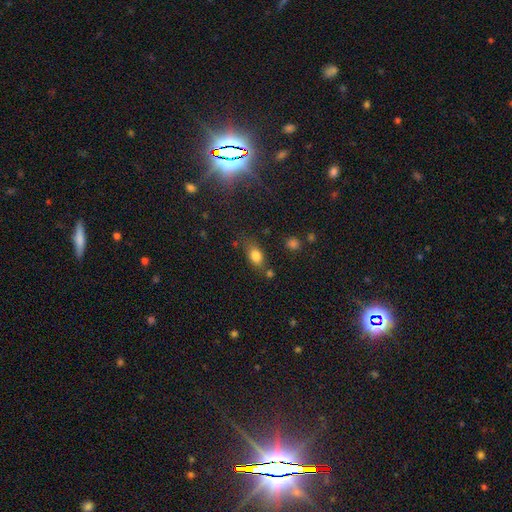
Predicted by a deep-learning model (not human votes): Smooth or featured? Predicted: smooth (p=0.81). How rounded? Predicted: in between (p=0.77). Merging? Predicted: none (p=0.63).